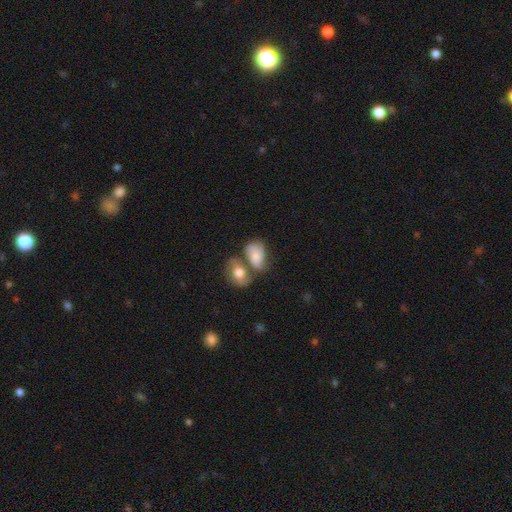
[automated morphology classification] Overall: smooth (54%; featured or disk 37%). How rounded: in between (80%). Merging: merger (54%; none 22%).